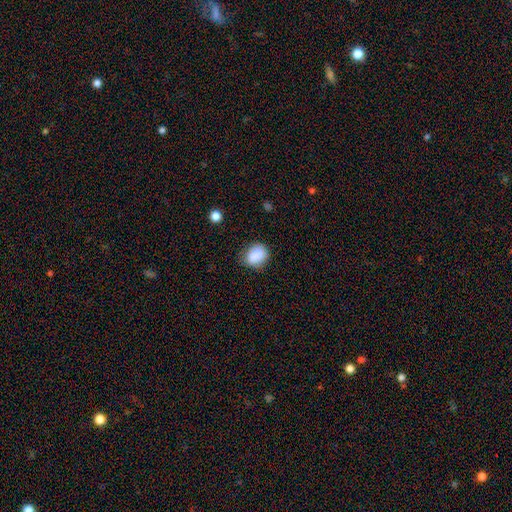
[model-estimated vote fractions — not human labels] smooth 85%, star or artifact 8%, featured or disk 6%. Down the decision tree: how rounded — round (52%); merging — none (71%).